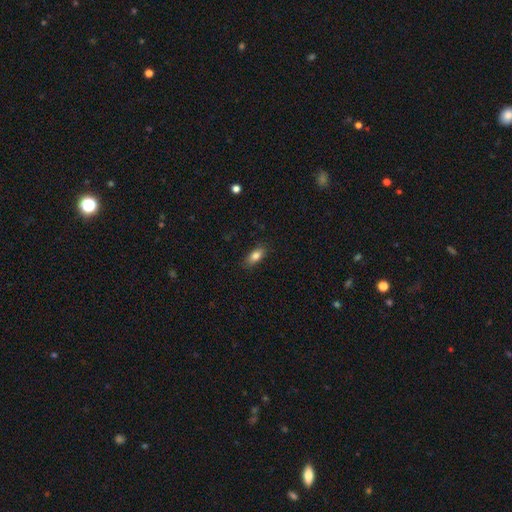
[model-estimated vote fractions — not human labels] Q: Smooth or featured?
A: smooth (82%); runner-up: featured or disk (10%)
Q: How rounded?
A: in between (84%); runner-up: cigar-shaped (11%)
Q: Merging?
A: none (85%); runner-up: minor disturbance (11%)